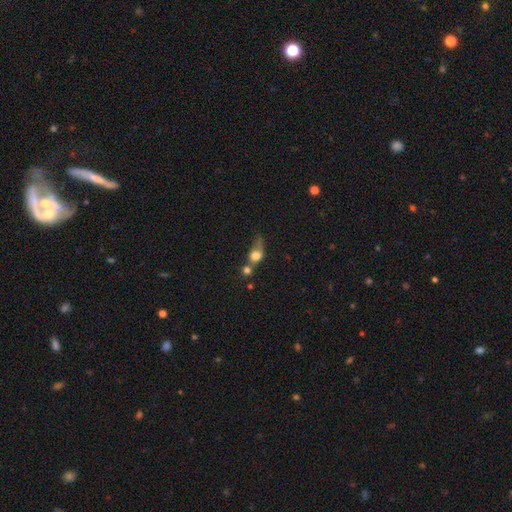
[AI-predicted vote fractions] A smooth galaxy with no disk features (71%) that is round (55%).

Vote fractions:
- Smooth or featured? smooth: 71% / featured or disk: 18% / star or artifact: 11%
- How rounded? round: 55% / in between: 39% / cigar-shaped: 7%
- Merging? merger: 45% / none: 21% / major disturbance: 18% / minor disturbance: 15%